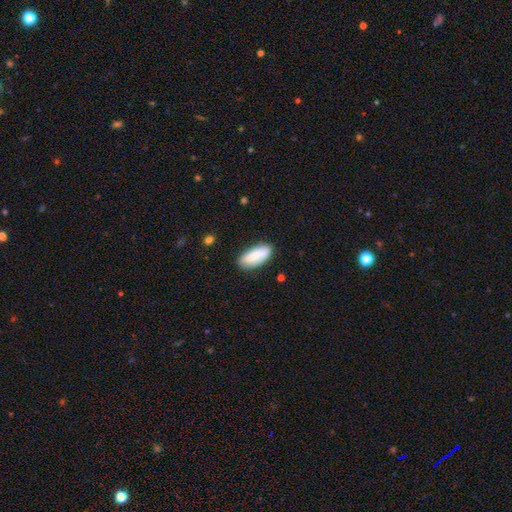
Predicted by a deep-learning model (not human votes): Smooth or featured: smooth — 79% (featured or disk — 15%)
How rounded: in between — 85% (cigar-shaped — 13%)
Merging: none — 81% (minor disturbance — 15%)